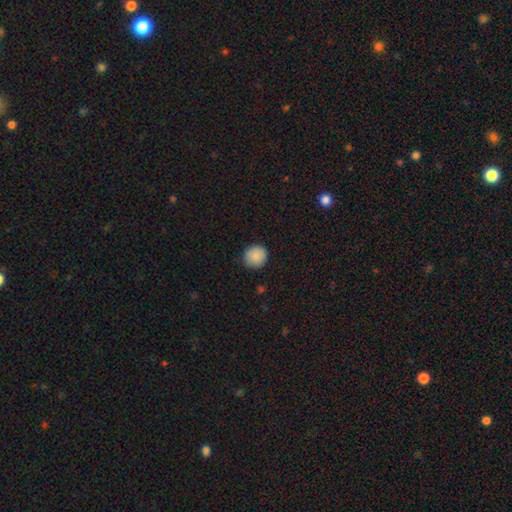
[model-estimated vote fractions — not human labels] smooth-or-featured: smooth: 88% | star or artifact: 8% | featured or disk: 5%
  how-rounded: round: 94% | in between: 5% | cigar-shaped: 1%
  merging: none: 87% | minor disturbance: 10% | major disturbance: 2% | merger: 1%